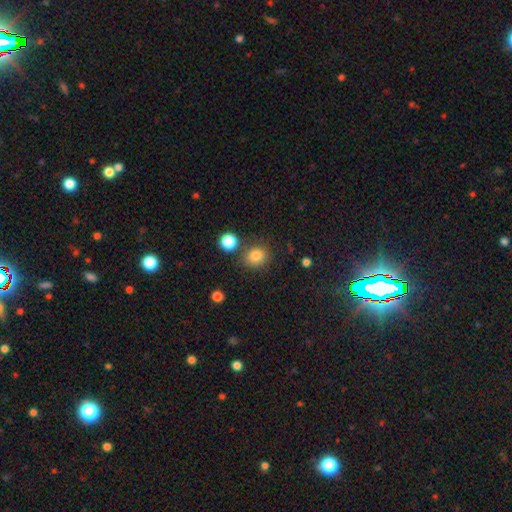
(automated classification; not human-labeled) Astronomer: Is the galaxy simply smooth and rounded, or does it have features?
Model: smooth — 81%.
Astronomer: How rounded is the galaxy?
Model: round — 76%.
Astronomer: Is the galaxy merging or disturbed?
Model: none — 77%.